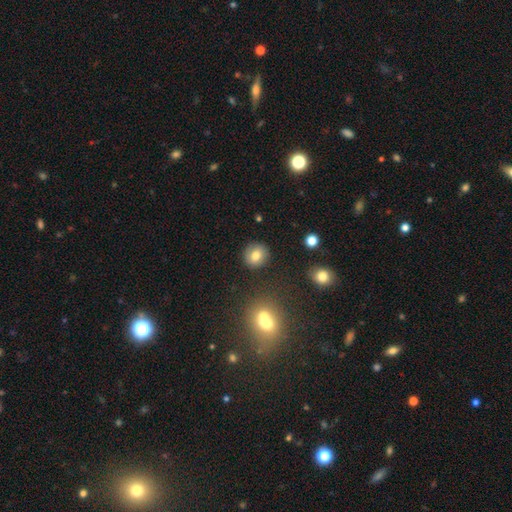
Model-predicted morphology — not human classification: smooth 78%, featured or disk 11%, star or artifact 11%. Down the decision tree: how rounded — round (85%); merging — none (87%).